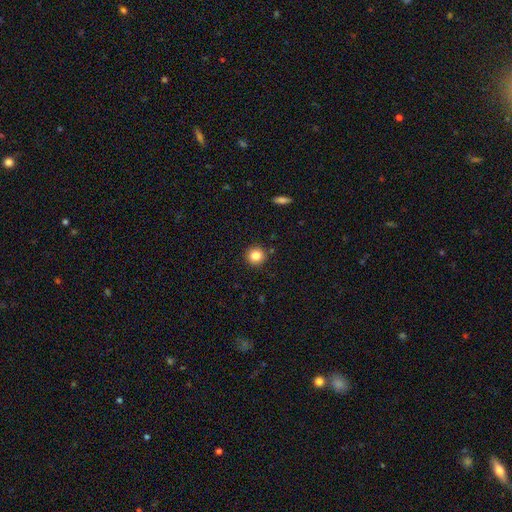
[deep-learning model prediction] Q: Smooth or featured?
A: smooth (83%); runner-up: star or artifact (11%)
Q: How rounded?
A: round (94%); runner-up: in between (5%)
Q: Merging?
A: none (91%); runner-up: minor disturbance (5%)